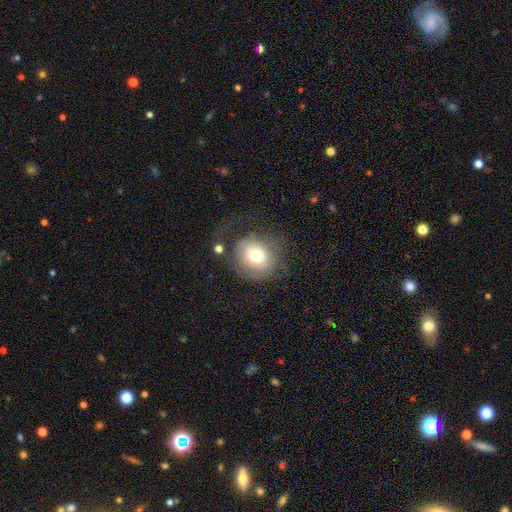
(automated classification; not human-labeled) smooth 68%, featured or disk 22%, star or artifact 10%. Down the decision tree: how rounded — round (76%); merging — none (50%).